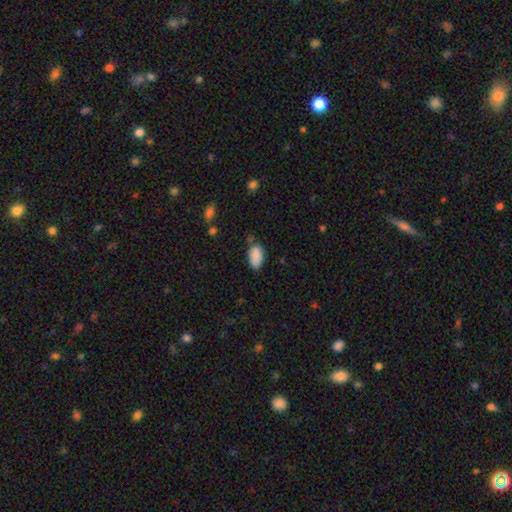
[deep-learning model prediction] smooth-or-featured: smooth: 89% | star or artifact: 7% | featured or disk: 4%
  how-rounded: in between: 94% | round: 3% | cigar-shaped: 3%
  merging: none: 72% | minor disturbance: 21% | major disturbance: 4% | merger: 4%